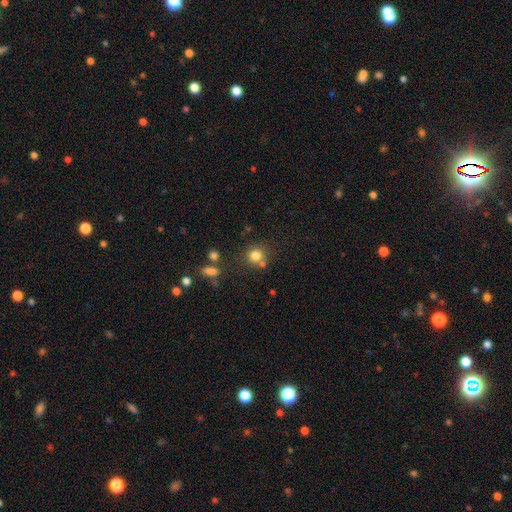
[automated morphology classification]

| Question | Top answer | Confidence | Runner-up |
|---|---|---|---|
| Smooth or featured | smooth | 79% | star or artifact (13%) |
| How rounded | round | 88% | in between (11%) |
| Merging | none | 65% | merger (20%) |